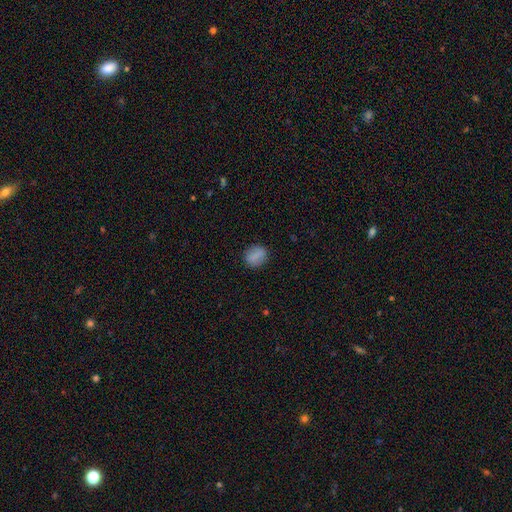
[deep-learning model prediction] A smooth galaxy with no disk features (81%) that is round (58%).

Vote fractions:
- Smooth or featured? smooth: 81% / featured or disk: 10% / star or artifact: 9%
- How rounded? round: 58% / in between: 40% / cigar-shaped: 2%
- Merging? none: 87% / minor disturbance: 9% / major disturbance: 3% / merger: 1%